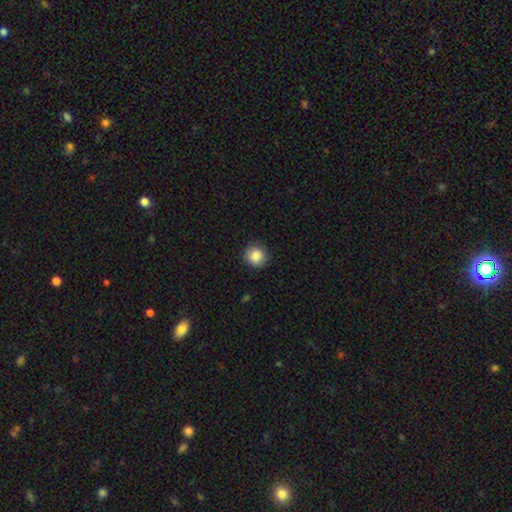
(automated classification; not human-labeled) Smooth or featured? smooth (86%)
How rounded? round (91%)
Merging? none (89%)